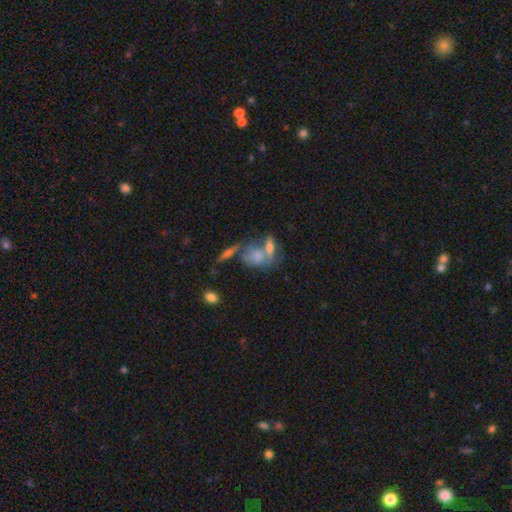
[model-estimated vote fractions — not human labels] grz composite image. It shows a smooth galaxy with no disk features (62%) that is in between round and cigar-shaped (64%). Merging: merger (44%).